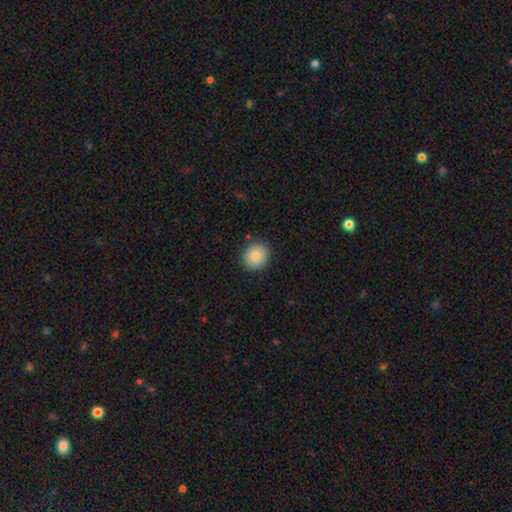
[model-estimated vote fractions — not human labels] Q: Smooth or featured?
A: smooth (84%); runner-up: star or artifact (9%)
Q: How rounded?
A: round (80%); runner-up: in between (19%)
Q: Merging?
A: none (88%); runner-up: minor disturbance (8%)